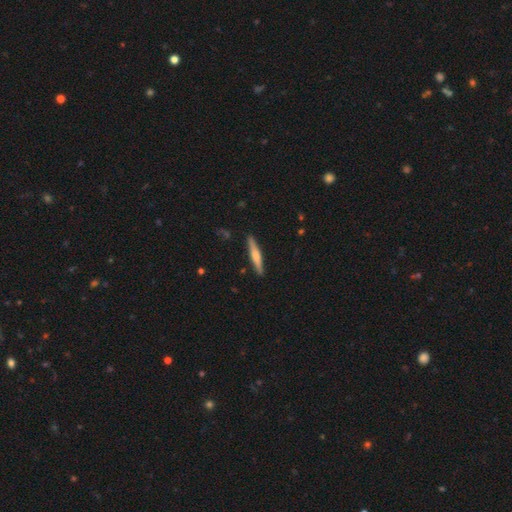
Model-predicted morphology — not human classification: Q: Smooth or featured?
A: smooth (52%); runner-up: featured or disk (42%)
Q: How rounded?
A: cigar-shaped (92%); runner-up: in between (6%)
Q: Merging?
A: none (90%); runner-up: minor disturbance (7%)